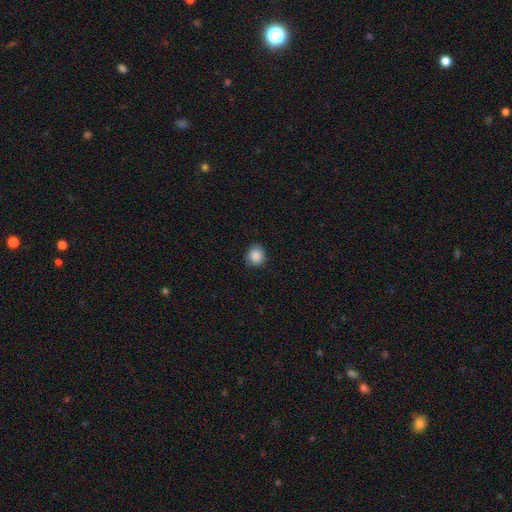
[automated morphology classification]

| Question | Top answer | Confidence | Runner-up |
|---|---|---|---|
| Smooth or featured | smooth | 88% | star or artifact (9%) |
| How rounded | round | 84% | in between (15%) |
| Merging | none | 85% | minor disturbance (12%) |